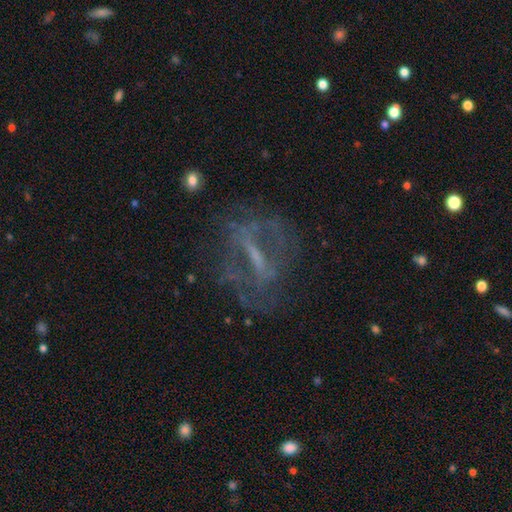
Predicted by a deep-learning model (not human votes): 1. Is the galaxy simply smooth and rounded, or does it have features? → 67% featured or disk, 17% star or artifact, 16% smooth.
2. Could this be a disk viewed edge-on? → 81% no, 19% yes.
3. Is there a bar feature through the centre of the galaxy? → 50% strong, 31% weak, 19% no.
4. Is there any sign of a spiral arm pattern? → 54% no, 46% yes.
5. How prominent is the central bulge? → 40% small, 39% none, 18% moderate, 2% large, 1% dominant.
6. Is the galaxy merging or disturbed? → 62% none, 19% major disturbance, 16% minor disturbance, 3% merger.